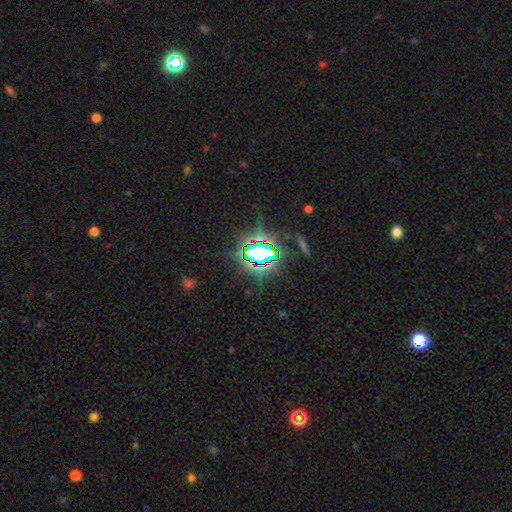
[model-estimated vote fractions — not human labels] Smooth or featured?
  - star or artifact: 75% *
  - smooth: 14%
  - featured or disk: 11%